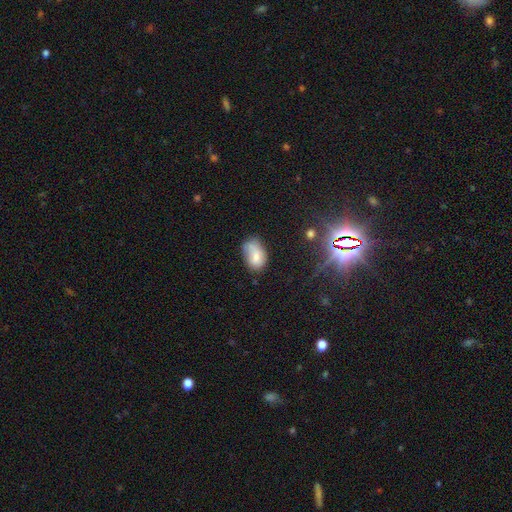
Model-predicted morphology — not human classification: Smooth or featured? smooth (74%)
How rounded? in between (89%)
Merging? none (45%)